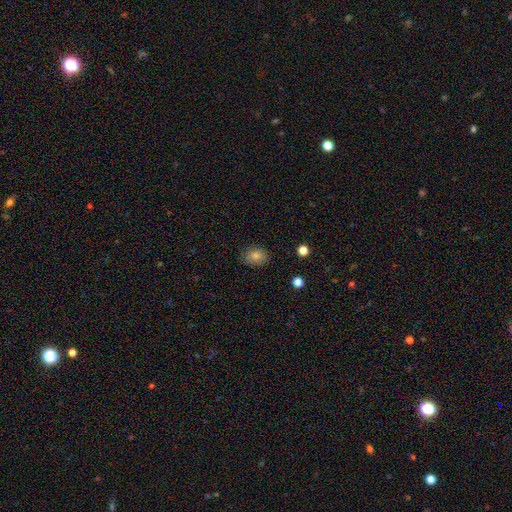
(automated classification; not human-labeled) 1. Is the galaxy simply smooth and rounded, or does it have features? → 78% smooth, 13% star or artifact, 10% featured or disk.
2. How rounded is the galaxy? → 60% in between, 39% round, 1% cigar-shaped.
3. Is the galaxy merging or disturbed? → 84% none, 12% minor disturbance, 3% major disturbance, 1% merger.